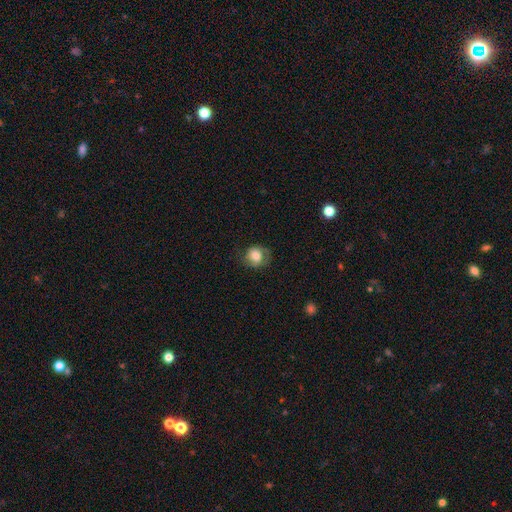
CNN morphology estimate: Overall: smooth (69%). How rounded: round (68%; in between 31%). Merging: none (62%; minor disturbance 24%).